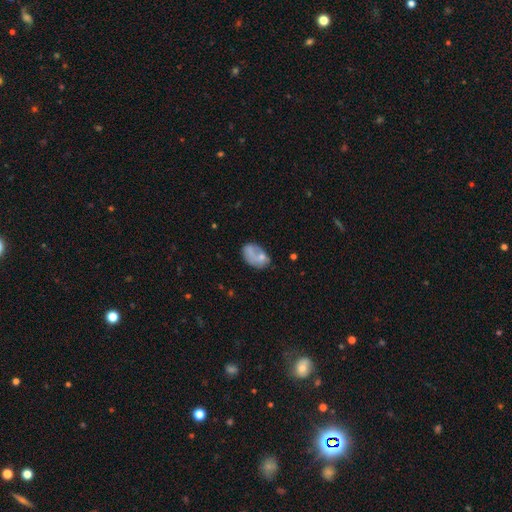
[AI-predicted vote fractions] smooth_or_featured: smooth (p=0.59) [alt: featured or disk p=0.31]
how_rounded: in between (p=0.79) [alt: round p=0.19]
merging: none (p=0.38) [alt: minor disturbance p=0.24]